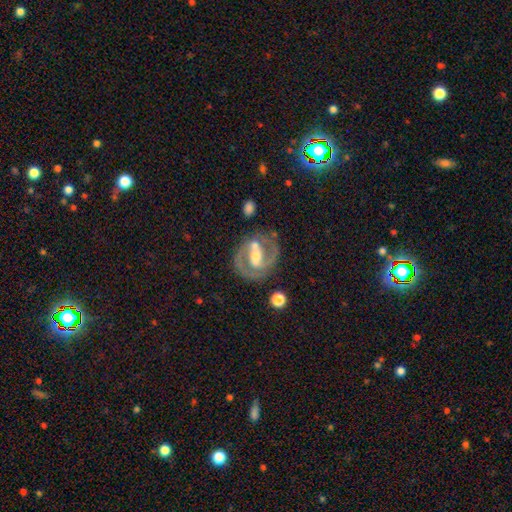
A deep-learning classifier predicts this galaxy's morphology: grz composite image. It shows a featured or disk galaxy (84%) with a strong bar (57%), 2 (85%) medium (50%) spiral arms (85%) and a moderate central bulge (58%). Merging: none (71%).